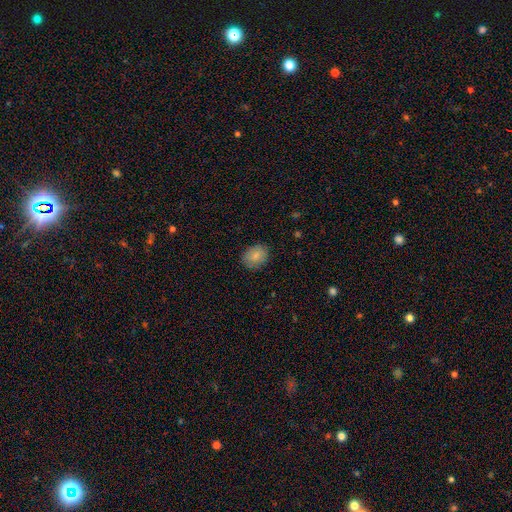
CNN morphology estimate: smooth-or-featured: smooth: 83% | featured or disk: 9% | star or artifact: 7%
  how-rounded: in between: 51% | round: 48% | cigar-shaped: 1%
  merging: none: 84% | minor disturbance: 13% | major disturbance: 3% | merger: 1%